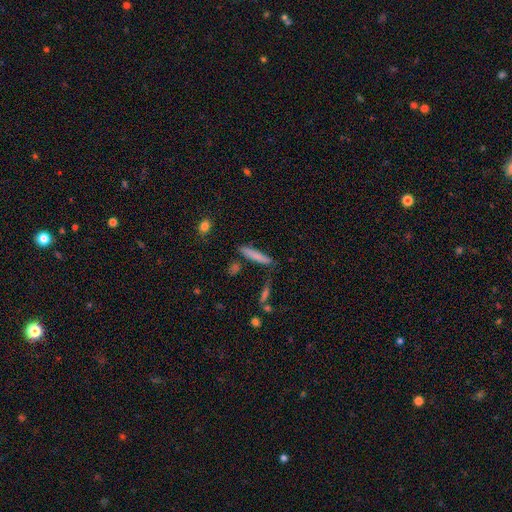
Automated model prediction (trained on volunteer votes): Overall: smooth (76%). How rounded: cigar-shaped (90%). Merging: none (78%).